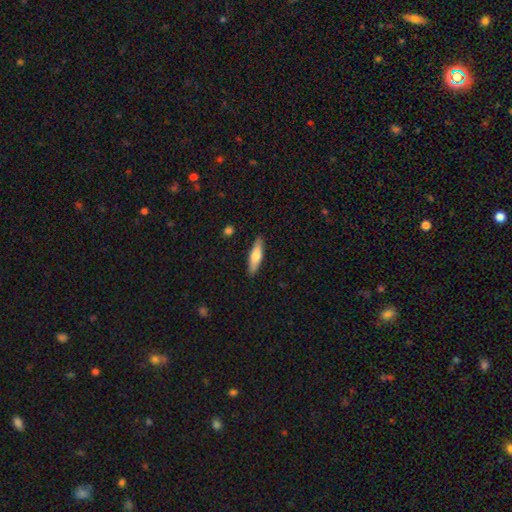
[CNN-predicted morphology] Smooth or featured: smooth — 67% (featured or disk — 28%)
How rounded: cigar-shaped — 70% (in between — 29%)
Merging: none — 89% (minor disturbance — 8%)